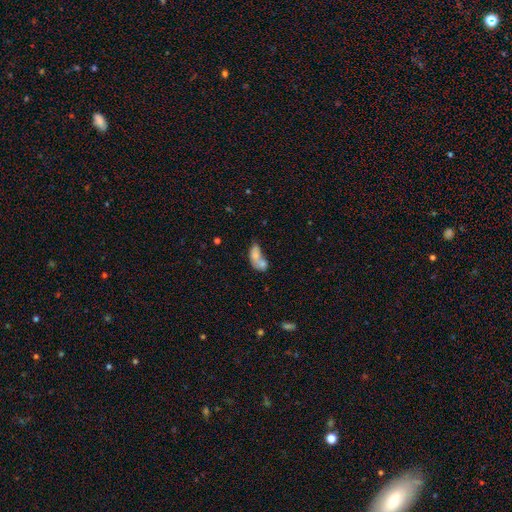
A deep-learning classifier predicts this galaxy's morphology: smooth 67%, featured or disk 24%, star or artifact 9%. Down the decision tree: how rounded — in between (84%); merging — merger (66%).